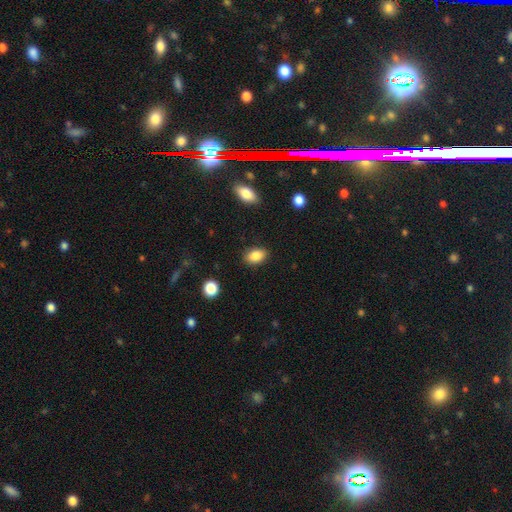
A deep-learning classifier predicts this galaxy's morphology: smooth_or_featured: smooth (p=0.87) [alt: star or artifact p=0.08]
how_rounded: in between (p=0.85) [alt: round p=0.13]
merging: none (p=0.86) [alt: minor disturbance p=0.10]